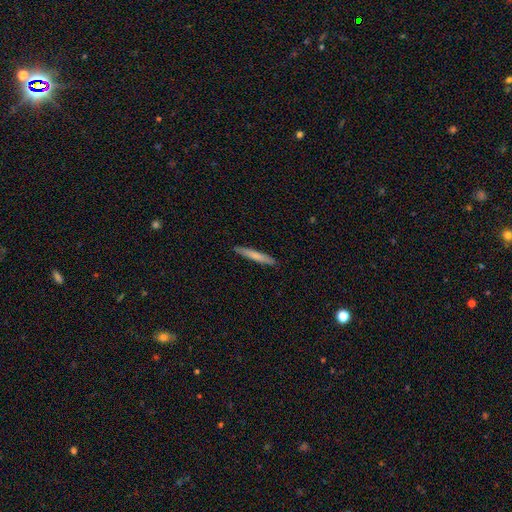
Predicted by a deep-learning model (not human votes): Smooth or featured? smooth (72%)
How rounded? cigar-shaped (95%)
Merging? none (90%)